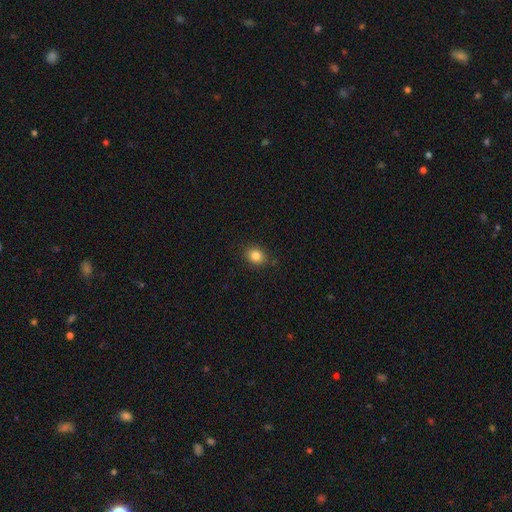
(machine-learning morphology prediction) Smooth or featured? Predicted: smooth (p=0.83). How rounded? Predicted: round (p=0.53). Merging? Predicted: none (p=0.86).